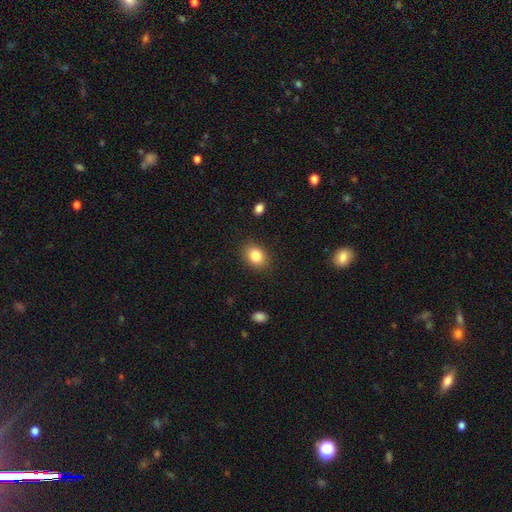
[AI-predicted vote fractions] A smooth galaxy with no disk features (84%) that is in between round and cigar-shaped (65%).

Vote fractions:
- Smooth or featured? smooth: 84% / star or artifact: 9% / featured or disk: 7%
- How rounded? in between: 65% / round: 34% / cigar-shaped: 1%
- Merging? none: 86% / minor disturbance: 10% / major disturbance: 3% / merger: 1%